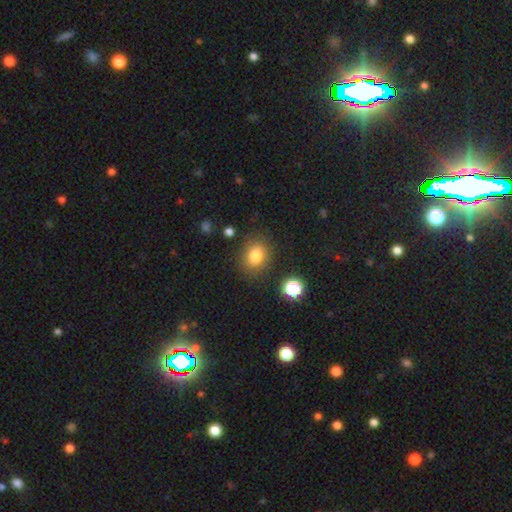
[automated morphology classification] This is clearly a smooth galaxy (81%). How rounded: possibly in between (50%). Merging: clearly none (81%).